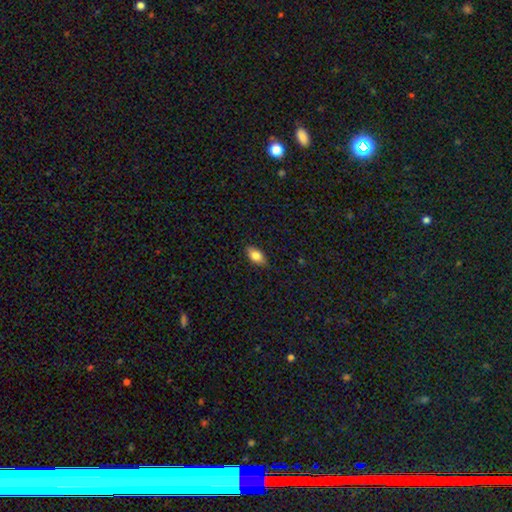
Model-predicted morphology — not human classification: The model was most divided on "smooth or featured": smooth: 77%, featured or disk: 16%, star or artifact: 7%. More confident: how rounded — in between (88%); merging — none (86%).